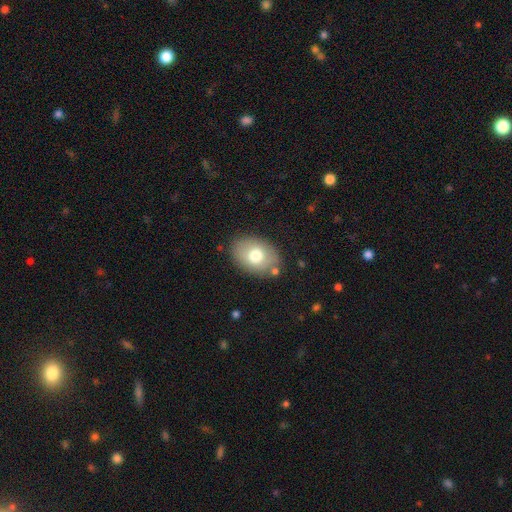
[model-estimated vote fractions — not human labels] Morphology: type=smooth (73%); roundness=in between (79%); merging=none (81%).